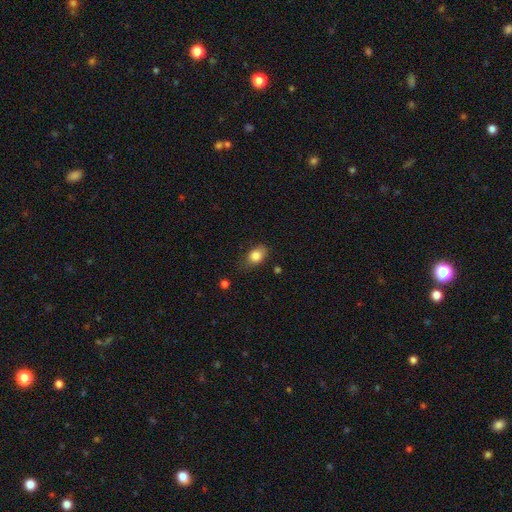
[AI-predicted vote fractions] Smooth or featured?
  - smooth: 83% *
  - featured or disk: 9%
  - star or artifact: 8%
How rounded?
  - in between: 76% *
  - round: 23%
  - cigar-shaped: 2%
Merging?
  - none: 69% *
  - minor disturbance: 23%
  - major disturbance: 6%
  - merger: 2%